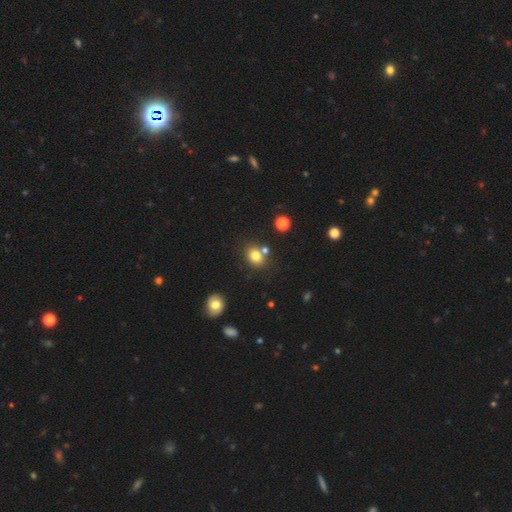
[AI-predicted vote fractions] Smooth or featured?
  - smooth: 79% *
  - star or artifact: 13%
  - featured or disk: 8%
How rounded?
  - round: 52% *
  - in between: 47%
  - cigar-shaped: 1%
Merging?
  - none: 65% *
  - merger: 20%
  - minor disturbance: 11%
  - major disturbance: 4%